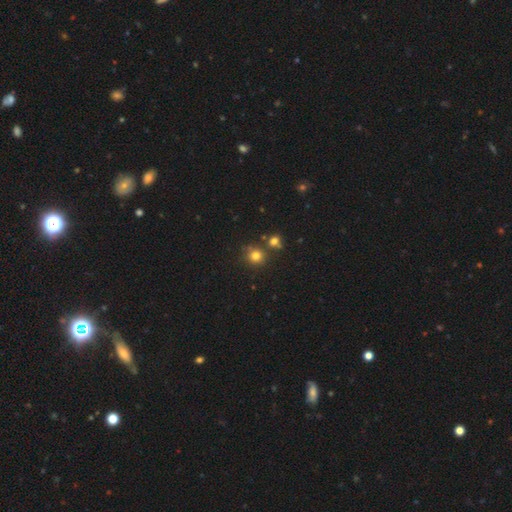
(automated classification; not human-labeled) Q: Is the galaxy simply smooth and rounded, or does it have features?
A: smooth — 77%.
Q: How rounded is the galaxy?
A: round — 88%.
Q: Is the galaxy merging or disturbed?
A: none — 71%.